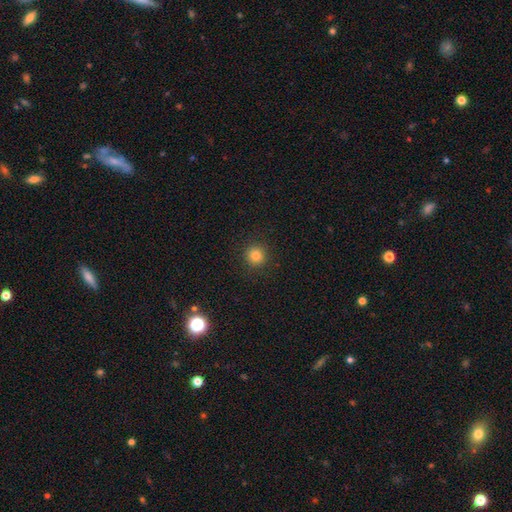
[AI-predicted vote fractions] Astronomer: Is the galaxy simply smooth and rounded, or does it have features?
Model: smooth — 81%.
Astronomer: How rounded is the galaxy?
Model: round — 95%.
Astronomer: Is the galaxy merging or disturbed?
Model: none — 92%.